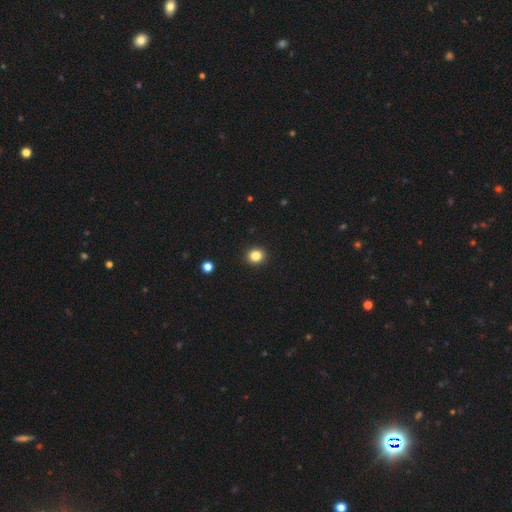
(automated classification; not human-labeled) Smooth or featured?
  - smooth: 84% *
  - star or artifact: 12%
  - featured or disk: 4%
How rounded?
  - round: 83% *
  - in between: 17%
  - cigar-shaped: 1%
Merging?
  - none: 92% *
  - minor disturbance: 5%
  - major disturbance: 2%
  - merger: 1%